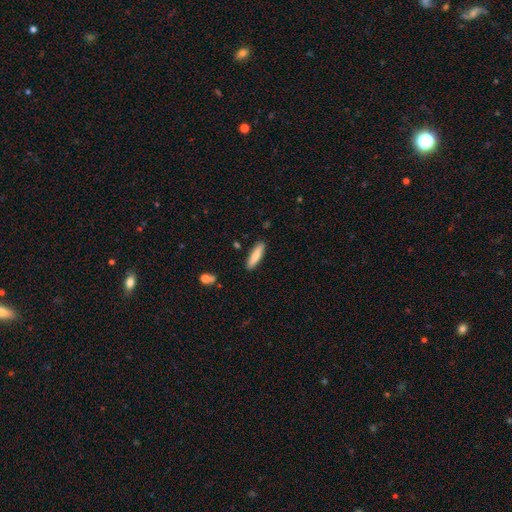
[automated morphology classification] Smooth or featured? Predicted: smooth (p=0.80). How rounded? Predicted: cigar-shaped (p=0.71). Merging? Predicted: none (p=0.89).